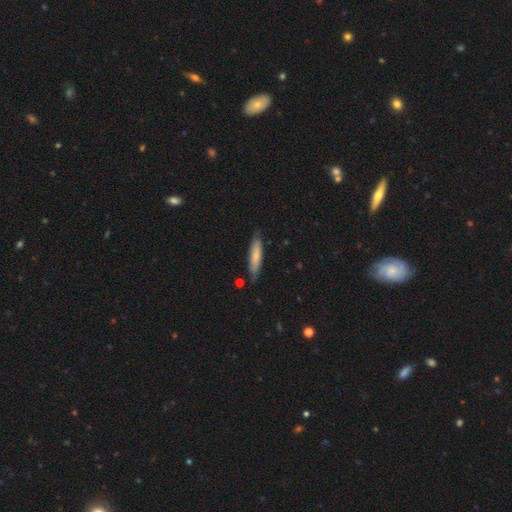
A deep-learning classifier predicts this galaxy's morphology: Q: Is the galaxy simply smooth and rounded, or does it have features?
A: smooth — 67%.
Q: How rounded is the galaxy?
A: cigar-shaped — 77%.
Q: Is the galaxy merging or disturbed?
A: none — 78%.